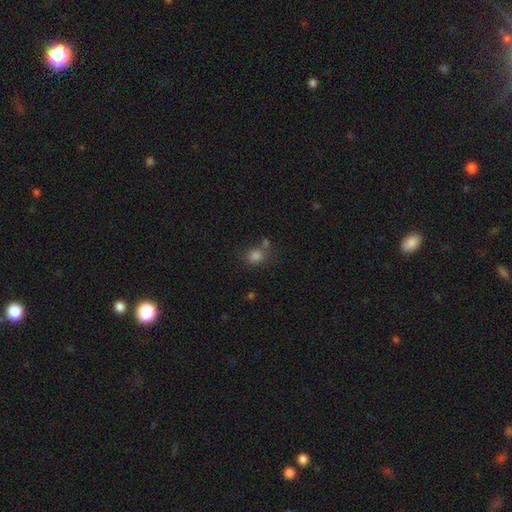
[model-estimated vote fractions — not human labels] Smooth or featured? smooth (82%)
How rounded? round (77%)
Merging? none (61%)